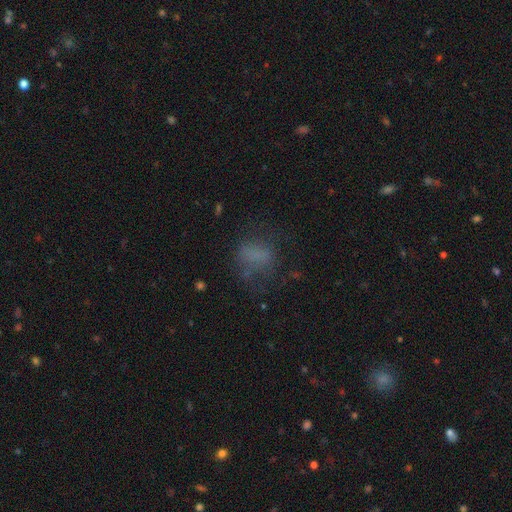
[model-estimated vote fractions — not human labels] Smooth or featured? smooth (60%)
How rounded? in between (58%)
Merging? none (50%)